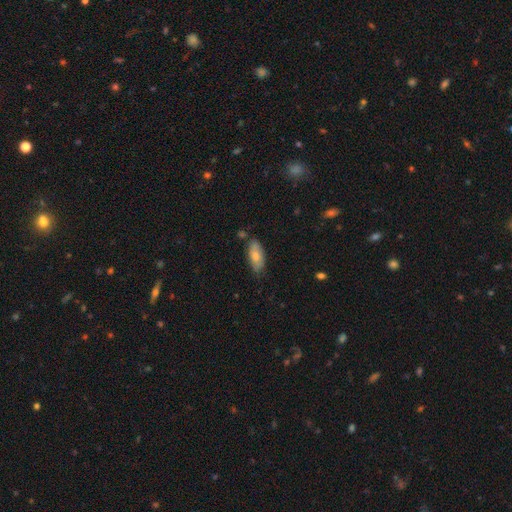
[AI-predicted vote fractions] Overall: smooth (73%). How rounded: in between (87%). Merging: none (72%).